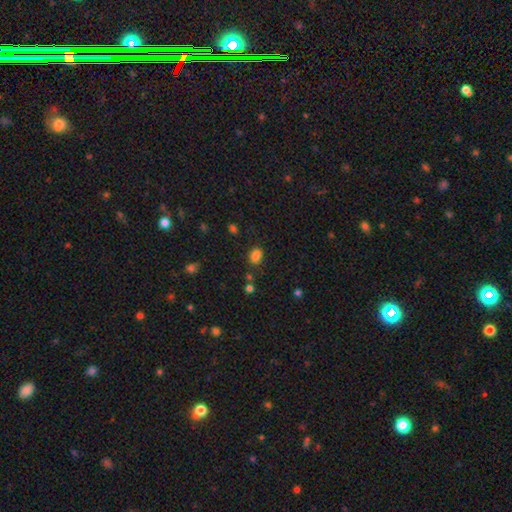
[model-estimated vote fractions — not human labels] smooth-or-featured: smooth: 78% | star or artifact: 16% | featured or disk: 5%
  how-rounded: in between: 68% | round: 31% | cigar-shaped: 1%
  merging: none: 69% | minor disturbance: 16% | merger: 10% | major disturbance: 5%